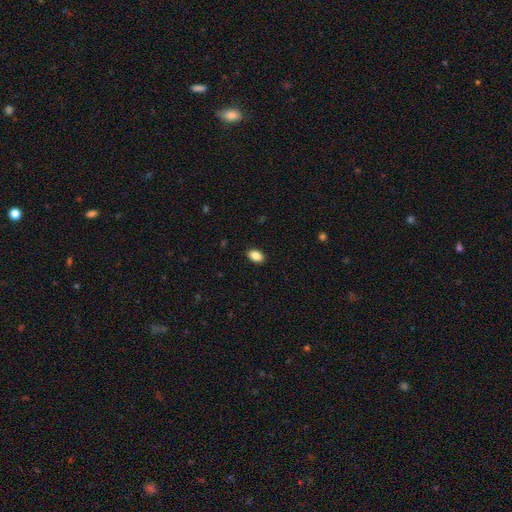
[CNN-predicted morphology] smooth-or-featured: smooth: 87% | star or artifact: 8% | featured or disk: 5%
  how-rounded: in between: 88% | round: 11% | cigar-shaped: 1%
  merging: none: 89% | minor disturbance: 8% | major disturbance: 2% | merger: 1%